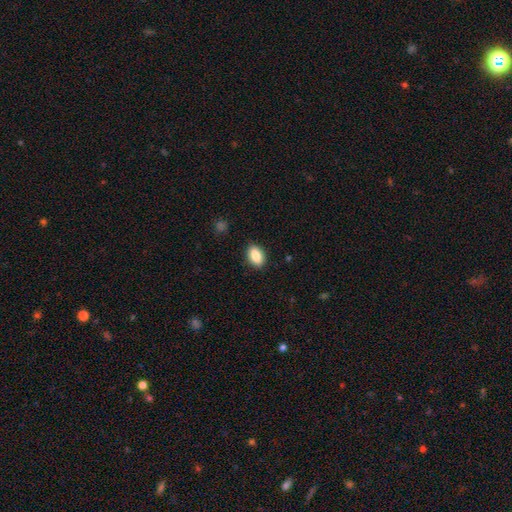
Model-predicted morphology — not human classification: Smooth or featured: smooth — 87% (star or artifact — 7%)
How rounded: in between — 88% (round — 10%)
Merging: none — 88% (minor disturbance — 9%)